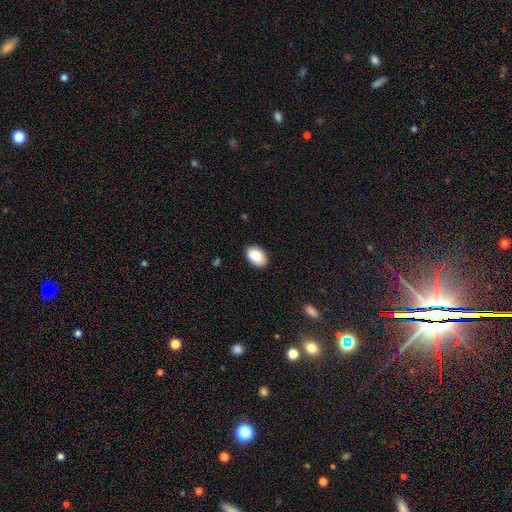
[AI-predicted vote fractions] This appears to be a smooth galaxy with no disk features (89%) that is in between round and cigar-shaped (87%). Merging: none (86%).